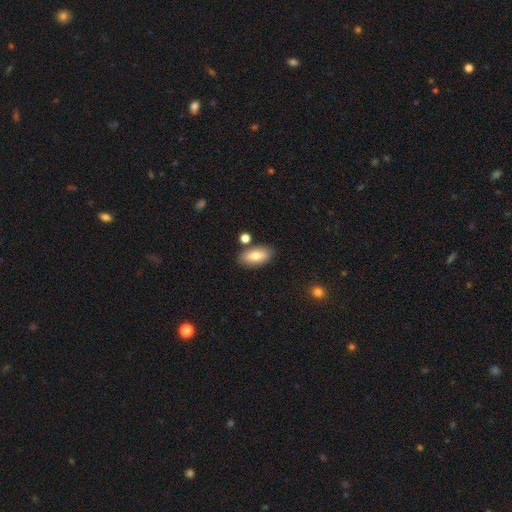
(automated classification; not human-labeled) Q: Smooth or featured?
A: smooth (77%); runner-up: featured or disk (16%)
Q: How rounded?
A: in between (91%); runner-up: cigar-shaped (5%)
Q: Merging?
A: none (80%); runner-up: minor disturbance (11%)